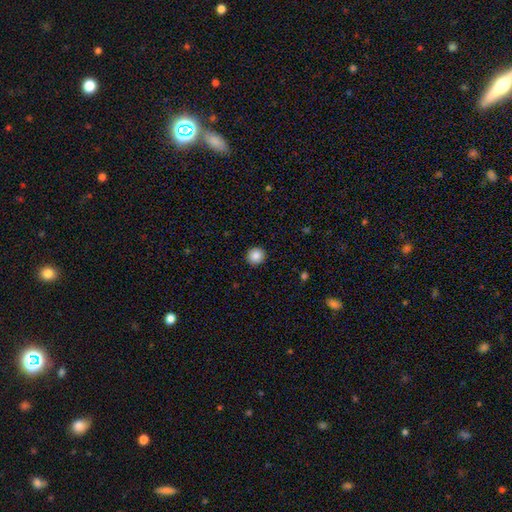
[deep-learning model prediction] Morphology: type=smooth (87%); roundness=round (93%); merging=none (92%).